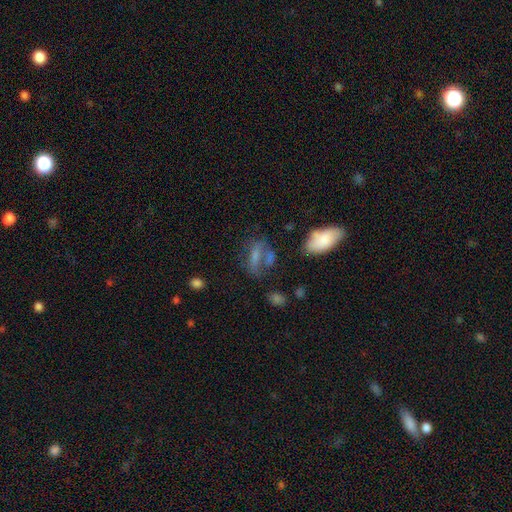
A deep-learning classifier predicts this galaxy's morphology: smooth_or_featured: smooth (p=0.54) [alt: featured or disk p=0.30]
how_rounded: in between (p=0.66) [alt: cigar-shaped p=0.22]
merging: none (p=0.45) [alt: minor disturbance p=0.21]